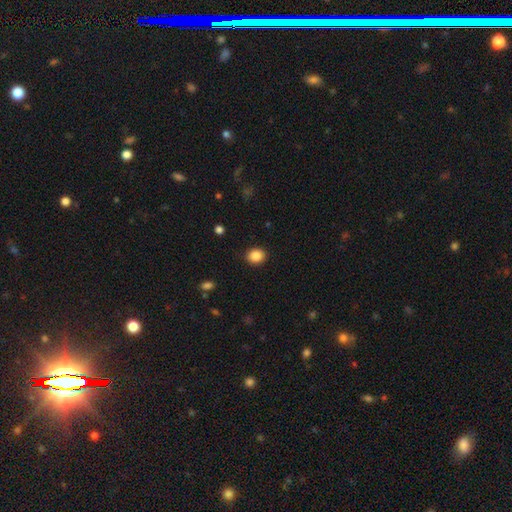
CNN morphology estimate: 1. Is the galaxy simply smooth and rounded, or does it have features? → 87% smooth, 9% star or artifact, 4% featured or disk.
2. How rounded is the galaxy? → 64% round, 35% in between, 1% cigar-shaped.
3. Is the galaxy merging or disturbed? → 90% none, 7% minor disturbance, 2% major disturbance, 1% merger.